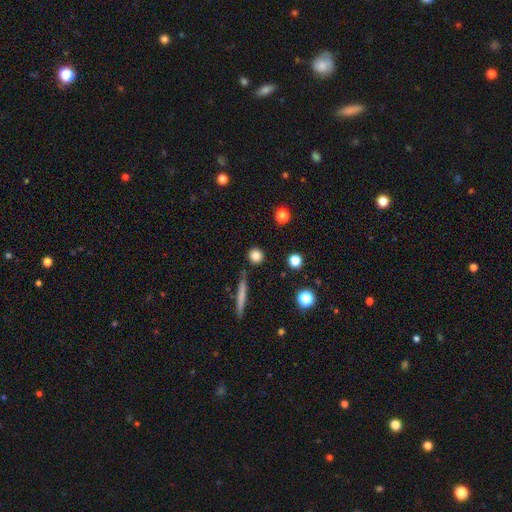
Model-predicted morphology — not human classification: The model was most divided on "smooth or featured": smooth: 83%, star or artifact: 10%, featured or disk: 7%. More confident: how rounded — round (89%); merging — none (86%).